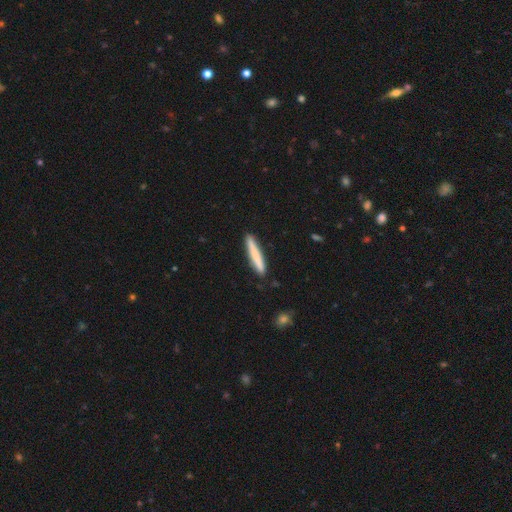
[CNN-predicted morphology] type=smooth (75%); roundness=cigar-shaped (95%); merging=none (89%).